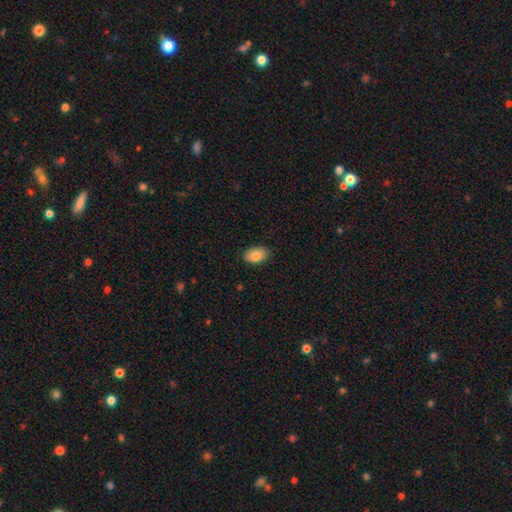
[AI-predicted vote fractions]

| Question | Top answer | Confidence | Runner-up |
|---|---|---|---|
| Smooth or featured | smooth | 84% | featured or disk (9%) |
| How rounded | in between | 90% | round (9%) |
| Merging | none | 86% | minor disturbance (11%) |